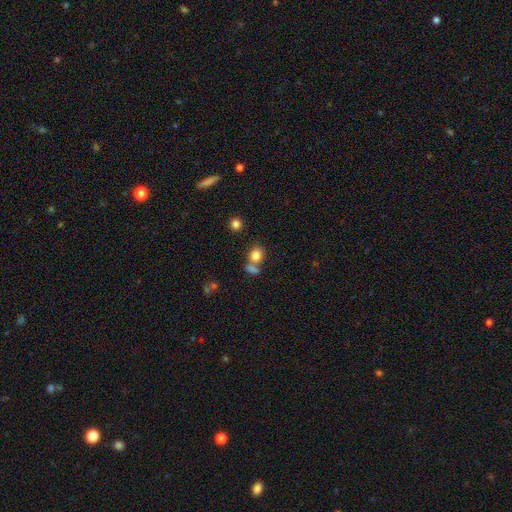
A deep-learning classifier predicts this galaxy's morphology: Smooth or featured: smooth — 81% (star or artifact — 11%)
How rounded: round — 67% (in between — 32%)
Merging: none — 52% (merger — 34%)